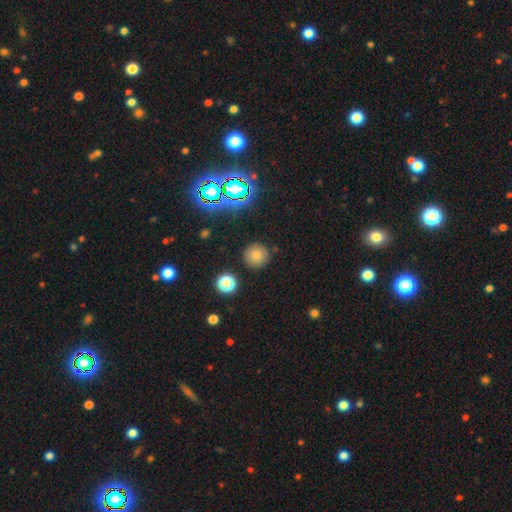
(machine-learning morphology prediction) Smooth or featured? Predicted: smooth (p=0.72). How rounded? Predicted: round (p=0.95). Merging? Predicted: none (p=0.89).